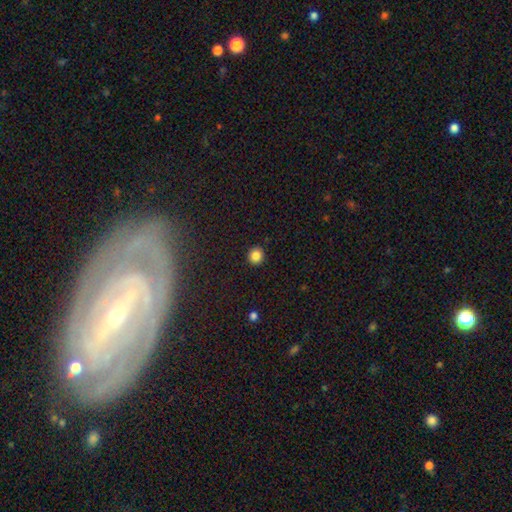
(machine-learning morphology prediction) smooth 85%, star or artifact 11%, featured or disk 5%. Down the decision tree: how rounded — round (90%); merging — none (92%).